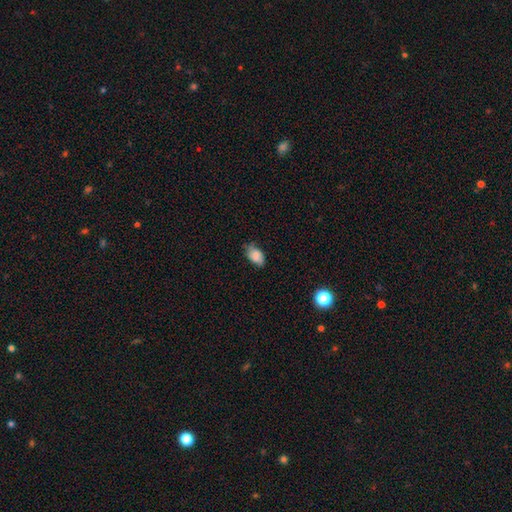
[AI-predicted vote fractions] Overall: smooth (80%). How rounded: in between (89%). Merging: none (62%; minor disturbance 30%).